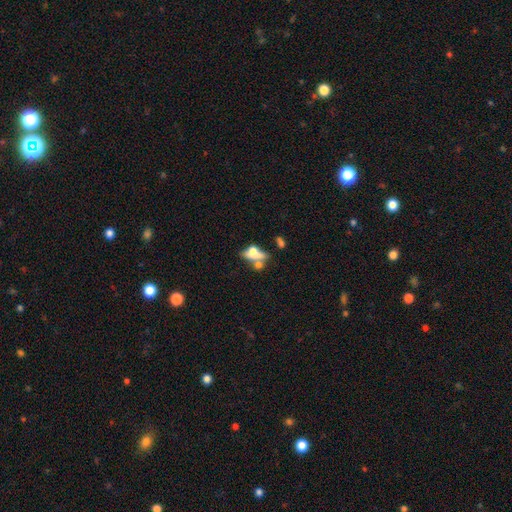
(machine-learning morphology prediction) The model was most divided on "merging": merger: 43%, none: 31%, major disturbance: 13%, minor disturbance: 13%. More confident: how rounded — in between (66%); smooth or featured — smooth (53%).